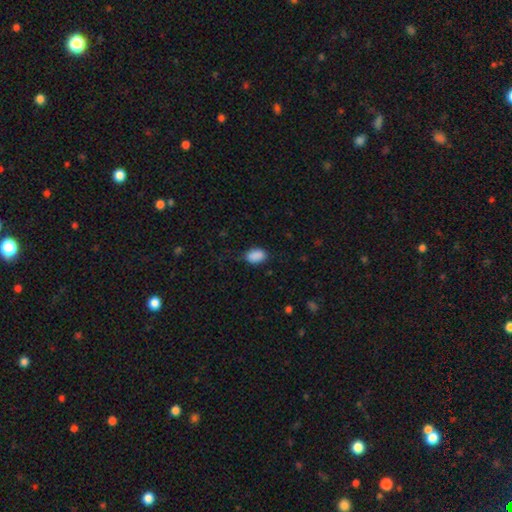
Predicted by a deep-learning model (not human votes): Q: Smooth or featured?
A: smooth (89%); runner-up: star or artifact (8%)
Q: How rounded?
A: in between (83%); runner-up: round (16%)
Q: Merging?
A: none (76%); runner-up: minor disturbance (18%)